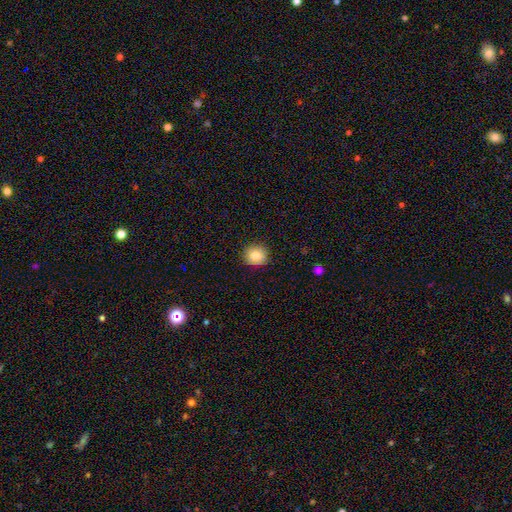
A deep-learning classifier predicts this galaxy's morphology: smooth-or-featured: smooth: 83% | star or artifact: 9% | featured or disk: 8%
  how-rounded: round: 84% | in between: 15% | cigar-shaped: 1%
  merging: none: 90% | minor disturbance: 8% | major disturbance: 2% | merger: 1%